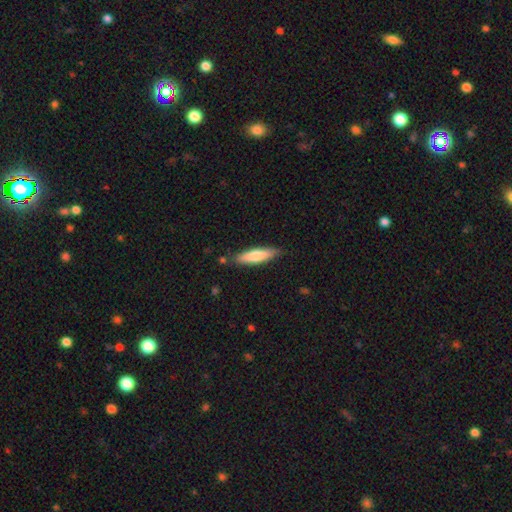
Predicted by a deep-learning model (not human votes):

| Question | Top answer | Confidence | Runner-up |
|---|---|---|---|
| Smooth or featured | smooth | 75% | featured or disk (20%) |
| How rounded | cigar-shaped | 71% | in between (28%) |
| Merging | none | 83% | minor disturbance (12%) |